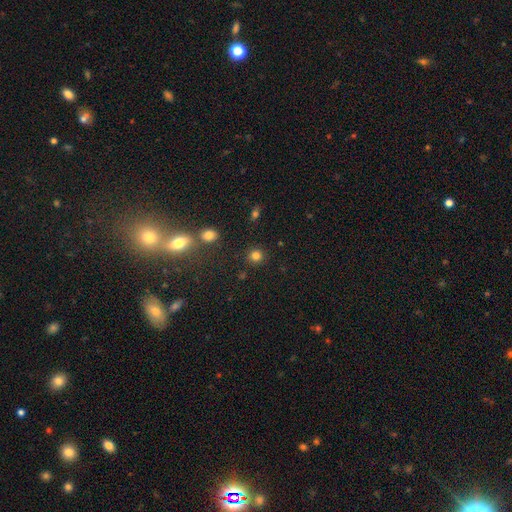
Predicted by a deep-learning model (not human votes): Smooth or featured? smooth (81%)
How rounded? round (89%)
Merging? none (87%)